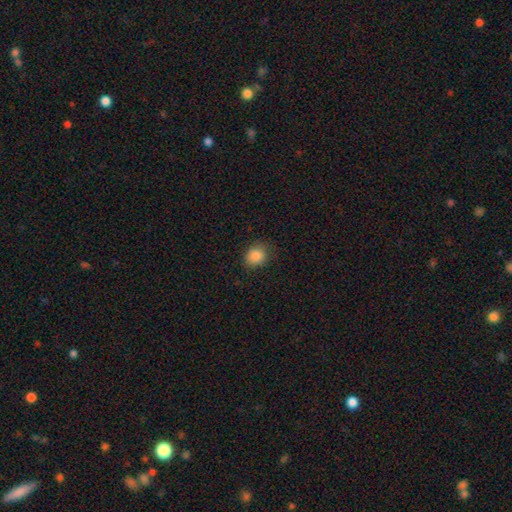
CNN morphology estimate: A smooth galaxy with no disk features (87%) that is round (66%).

Vote fractions:
- Smooth or featured? smooth: 87% / star or artifact: 10% / featured or disk: 4%
- How rounded? round: 66% / in between: 33% / cigar-shaped: 1%
- Merging? none: 82% / minor disturbance: 13% / major disturbance: 3% / merger: 1%